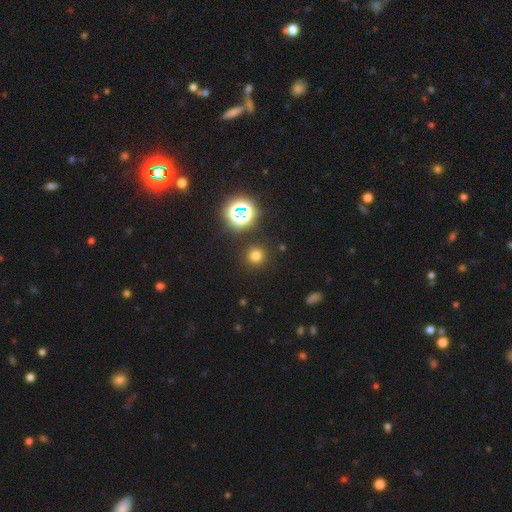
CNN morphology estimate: This appears to be a smooth galaxy with no disk features (71%) that is round (94%). Merging: none (90%).